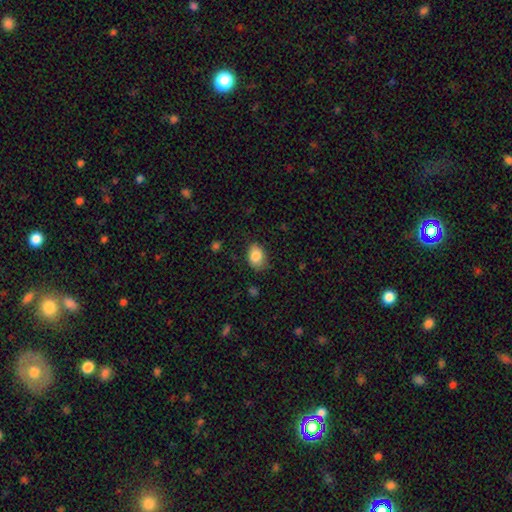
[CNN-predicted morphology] Smooth or featured? smooth (84%)
How rounded? in between (76%)
Merging? none (76%)